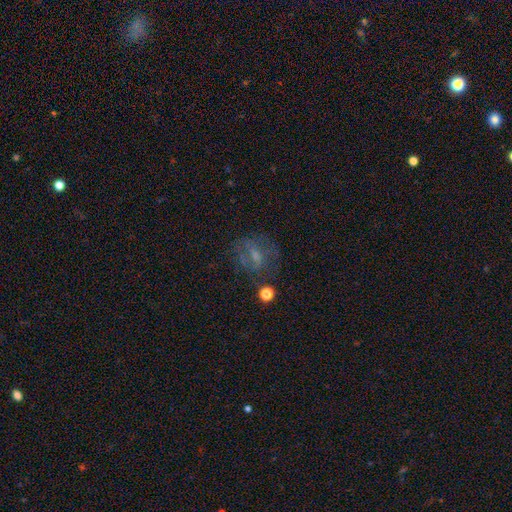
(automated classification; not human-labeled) Smooth or featured? Predicted: featured or disk (p=0.43). Merging? Predicted: none (p=0.54).